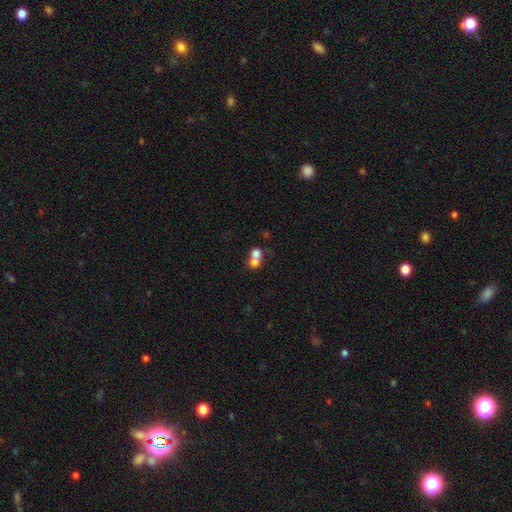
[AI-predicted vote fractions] Overall: smooth (72%). How rounded: round (65%; in between 33%). Merging: merger (71%).